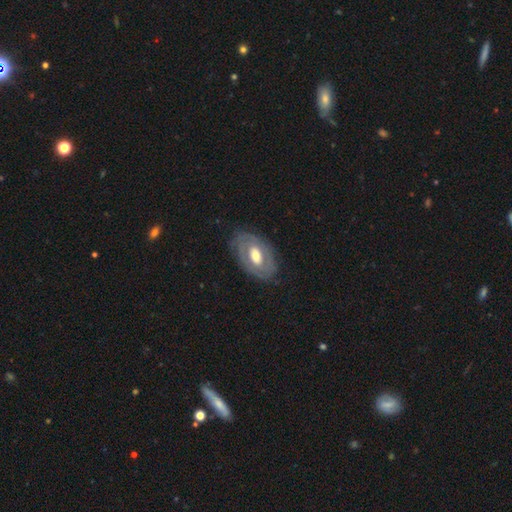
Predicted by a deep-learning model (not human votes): Q: Smooth or featured?
A: featured or disk (69%); runner-up: smooth (26%)
Q: Edge-on disk?
A: no (93%); runner-up: yes (7%)
Q: Bar?
A: no (53%); runner-up: weak (33%)
Q: Spiral arms?
A: yes (55%); runner-up: no (45%)
Q: Bulge size?
A: moderate (63%); runner-up: large (25%)
Q: Merging?
A: none (77%); runner-up: minor disturbance (16%)